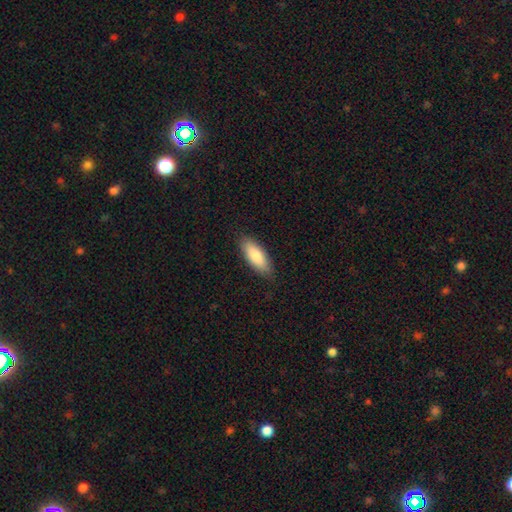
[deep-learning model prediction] Smooth or featured: smooth — 83% (featured or disk — 11%)
How rounded: in between — 70% (cigar-shaped — 28%)
Merging: none — 86% (minor disturbance — 11%)